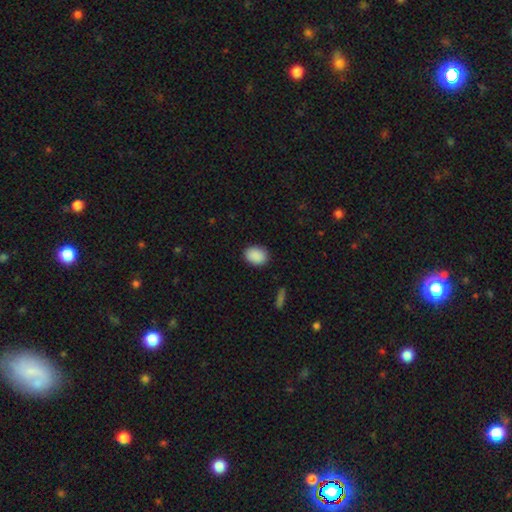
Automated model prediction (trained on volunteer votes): Smooth or featured? smooth (90%)
How rounded? in between (67%)
Merging? none (88%)